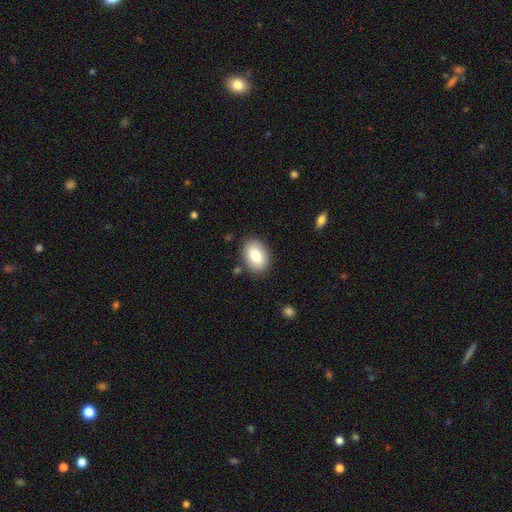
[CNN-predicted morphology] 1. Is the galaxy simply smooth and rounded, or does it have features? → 82% smooth, 11% featured or disk, 7% star or artifact.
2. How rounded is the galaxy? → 84% in between, 15% round, 1% cigar-shaped.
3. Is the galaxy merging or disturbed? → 85% none, 10% minor disturbance, 3% major disturbance, 2% merger.